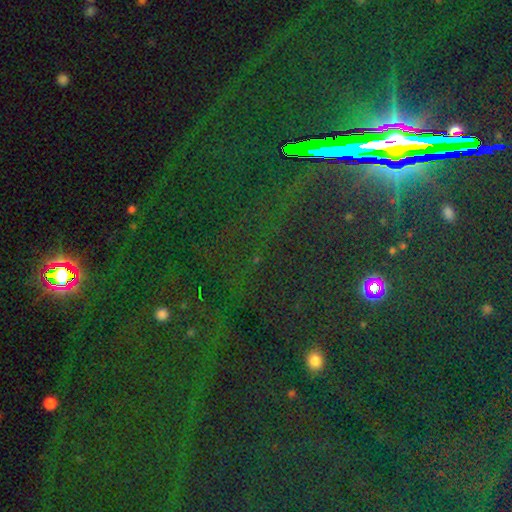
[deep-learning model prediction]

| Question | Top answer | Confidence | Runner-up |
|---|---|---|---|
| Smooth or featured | star or artifact | 85% | featured or disk (8%) |